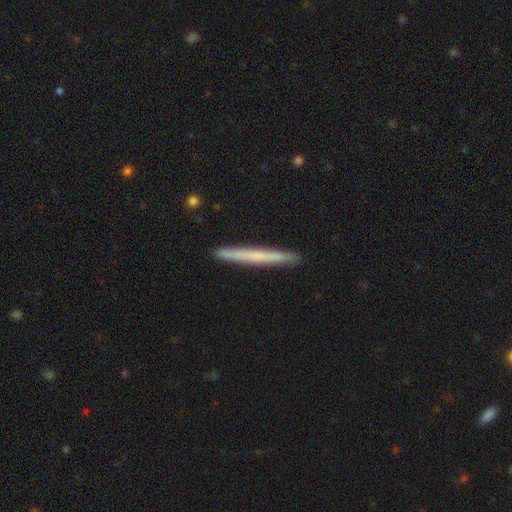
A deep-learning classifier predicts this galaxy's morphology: Smooth or featured? Predicted: smooth (p=0.55). How rounded? Predicted: cigar-shaped (p=0.97). Merging? Predicted: none (p=0.92).